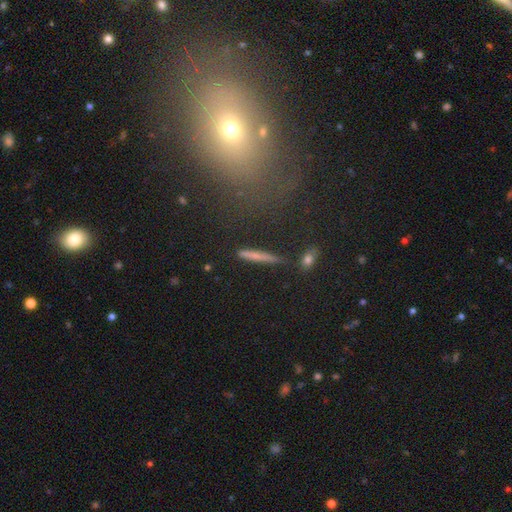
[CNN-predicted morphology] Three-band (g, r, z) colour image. It shows a smooth galaxy with no disk features (62%) that is cigar-shaped (93%). Merging: none (83%).